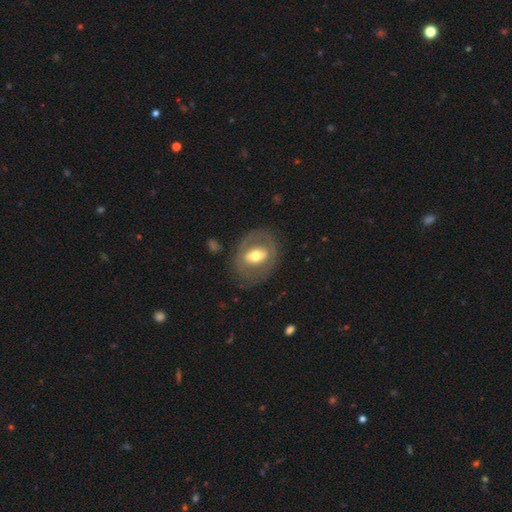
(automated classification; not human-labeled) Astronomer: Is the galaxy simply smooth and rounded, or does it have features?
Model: featured or disk — 55% (runner-up: smooth, 39%).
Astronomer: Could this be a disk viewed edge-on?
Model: no — 92%.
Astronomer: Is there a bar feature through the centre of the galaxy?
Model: no — 40% (runner-up: weak, 32%).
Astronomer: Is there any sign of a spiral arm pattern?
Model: no — 77%.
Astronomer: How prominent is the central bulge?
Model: moderate — 67%.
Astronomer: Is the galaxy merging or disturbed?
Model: none — 74%.